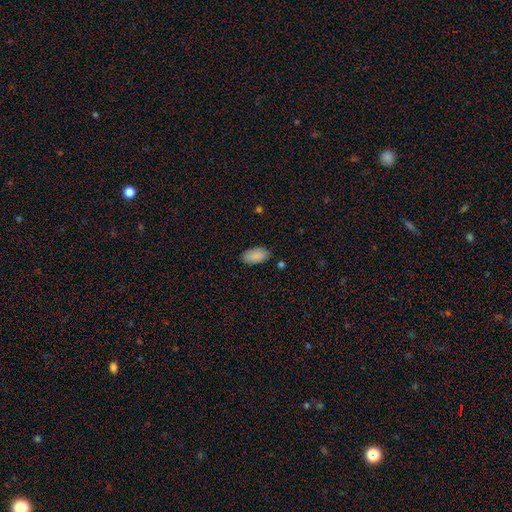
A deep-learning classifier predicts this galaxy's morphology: Smooth or featured?
  - smooth: 89% *
  - star or artifact: 6%
  - featured or disk: 5%
How rounded?
  - in between: 95% *
  - cigar-shaped: 3%
  - round: 3%
Merging?
  - none: 84% *
  - minor disturbance: 11%
  - major disturbance: 3%
  - merger: 2%